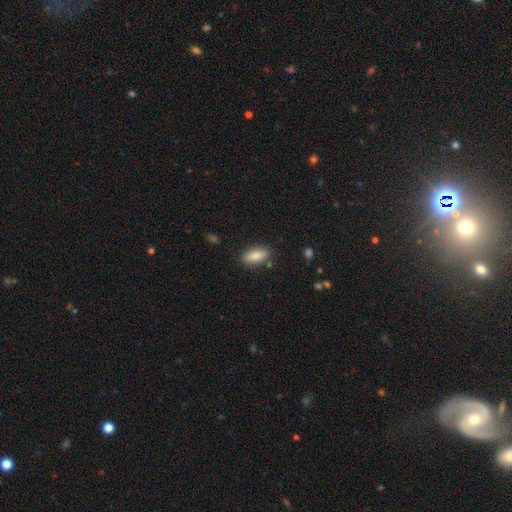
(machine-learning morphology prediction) Q: Smooth or featured?
A: smooth (84%); runner-up: featured or disk (9%)
Q: How rounded?
A: in between (87%); runner-up: cigar-shaped (10%)
Q: Merging?
A: none (85%); runner-up: minor disturbance (10%)